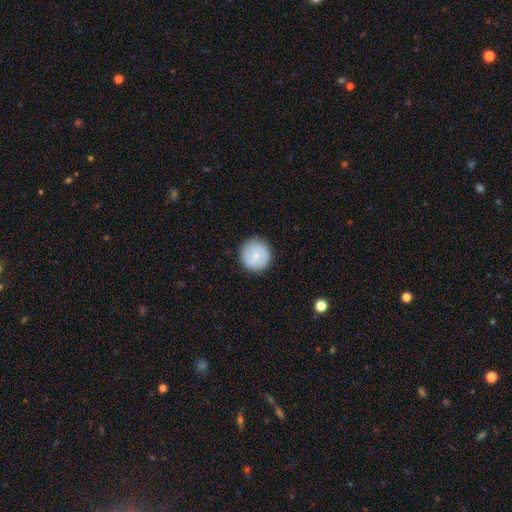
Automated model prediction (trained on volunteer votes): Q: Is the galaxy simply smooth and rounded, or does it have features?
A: smooth — 78%.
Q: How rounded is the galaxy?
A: round — 96%.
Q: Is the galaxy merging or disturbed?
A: none — 90%.